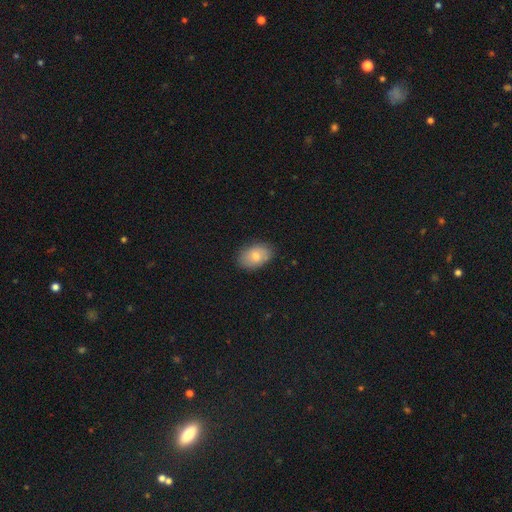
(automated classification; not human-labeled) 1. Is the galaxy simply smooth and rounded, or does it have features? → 76% smooth, 16% featured or disk, 8% star or artifact.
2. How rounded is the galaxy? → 87% in between, 12% round, 1% cigar-shaped.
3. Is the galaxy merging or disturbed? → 83% none, 13% minor disturbance, 3% major disturbance, 1% merger.